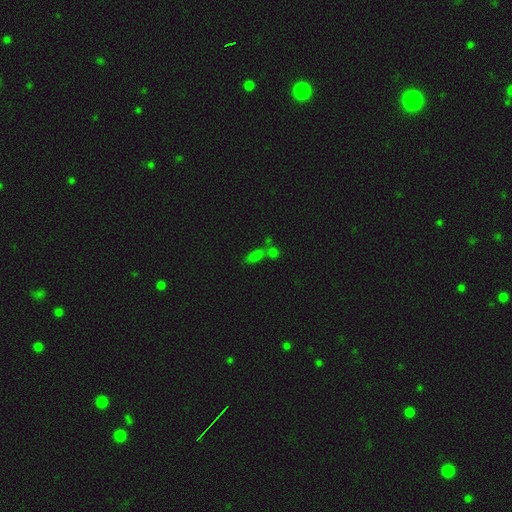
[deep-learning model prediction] smooth 65%, star or artifact 26%, featured or disk 9%. Down the decision tree: how rounded — in between (69%); merging — none (42%).